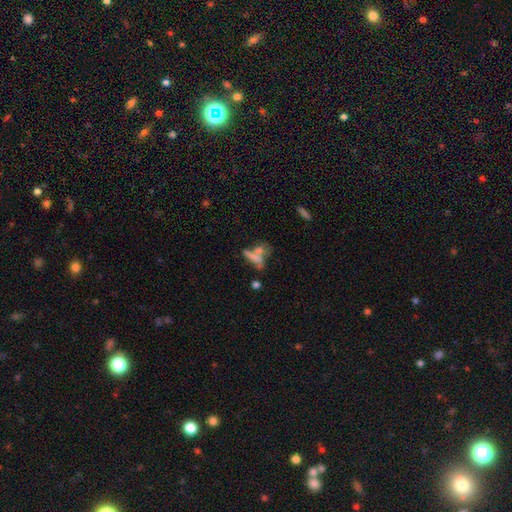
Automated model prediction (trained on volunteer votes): Smooth or featured: smooth — 56% (featured or disk — 30%)
How rounded: in between — 47% (cigar-shaped — 39%)
Merging: merger — 45% (none — 30%)